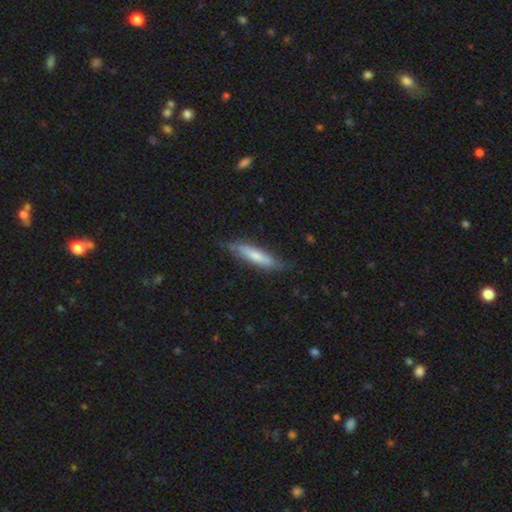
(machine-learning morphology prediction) Smooth or featured? smooth (57%)
How rounded? cigar-shaped (83%)
Merging? none (76%)